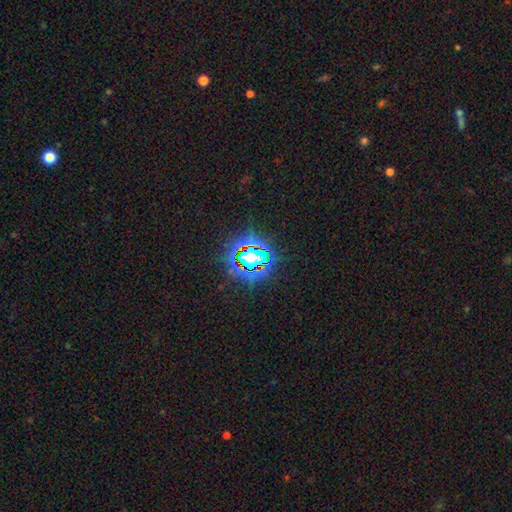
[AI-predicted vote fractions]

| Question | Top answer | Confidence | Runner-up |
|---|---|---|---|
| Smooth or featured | star or artifact | 82% | smooth (11%) |